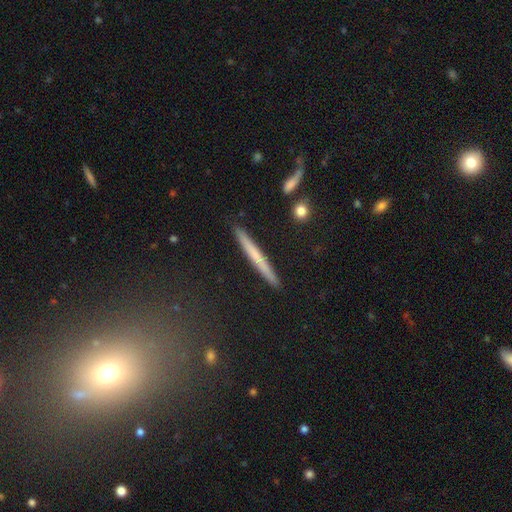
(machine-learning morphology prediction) Smooth or featured?
  - smooth: 50% *
  - featured or disk: 43%
  - star or artifact: 7%
How rounded?
  - cigar-shaped: 97% *
  - in between: 2%
  - round: 2%
Merging?
  - none: 90% *
  - minor disturbance: 7%
  - merger: 2%
  - major disturbance: 1%